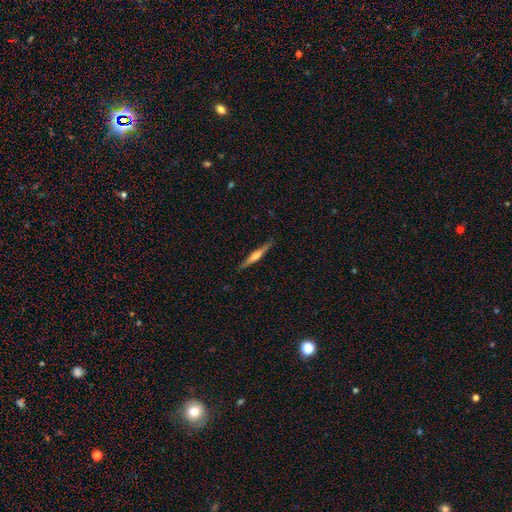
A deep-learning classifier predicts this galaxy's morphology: smooth-or-featured: featured or disk: 61% | smooth: 34% | star or artifact: 6%
  disk-edge-on: yes: 97% | no: 3%
    edge-on-bulge: rounded: 78% | none: 12% | boxy: 10%
  merging: none: 89% | minor disturbance: 8% | major disturbance: 2% | merger: 1%